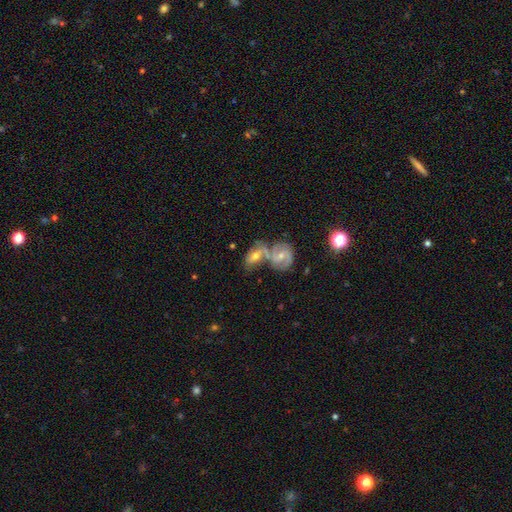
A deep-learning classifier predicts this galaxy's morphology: Overall: featured or disk (63%; smooth 29%). Edge-on disk: no (94%). Bar: no (45%; weak 41%). Spiral arms: yes (86%). Spiral arm count: 2 (62%). Spiral winding: medium (44%; tight 43%). Bulge size: moderate (52%; small 42%). Merging: merger (52%; none 31%).